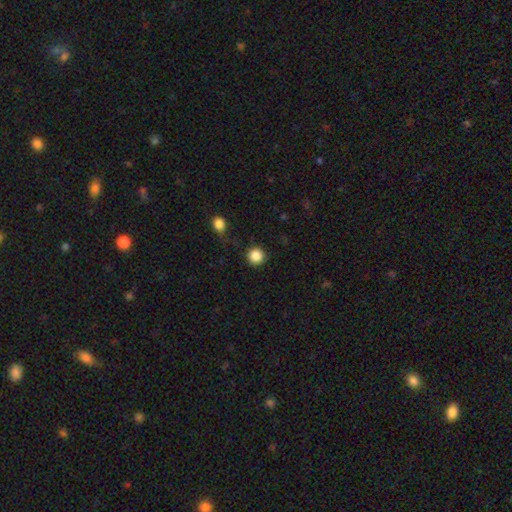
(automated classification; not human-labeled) This is clearly a smooth galaxy (87%). How rounded: clearly round (95%). Merging: clearly none (86%).